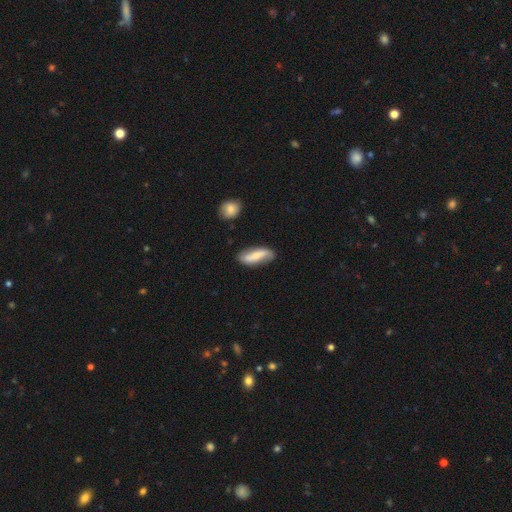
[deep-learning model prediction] A smooth galaxy with no disk features (48%). Merging: none (80%).